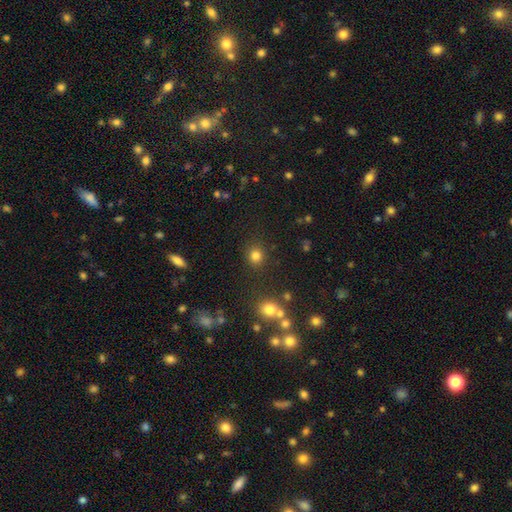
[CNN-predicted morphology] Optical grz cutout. It shows a smooth galaxy with no disk features (80%) that is round (85%). Merging: none (86%).